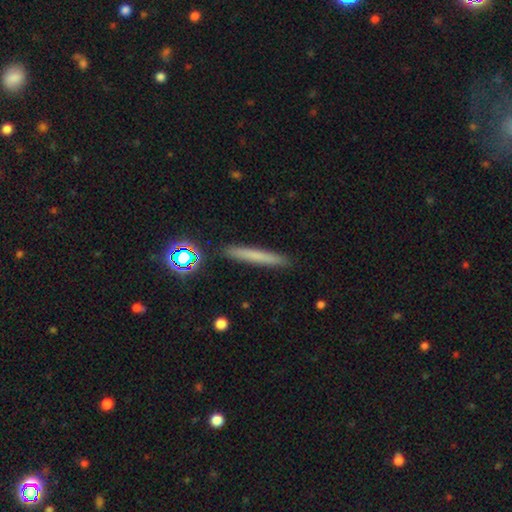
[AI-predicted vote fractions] Smooth or featured? smooth (67%)
How rounded? cigar-shaped (96%)
Merging? none (90%)